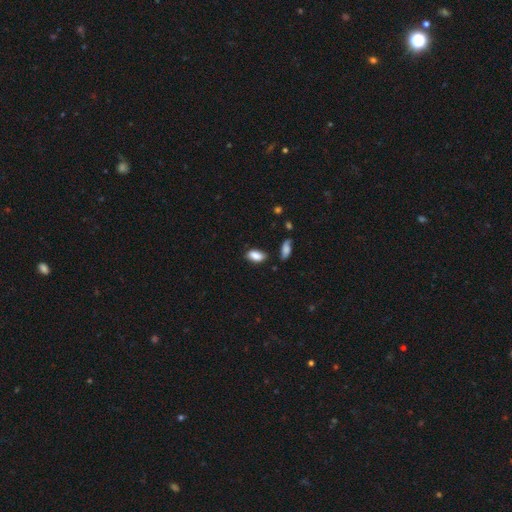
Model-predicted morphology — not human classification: type=smooth (86%); roundness=in between (91%); merging=none (74%).